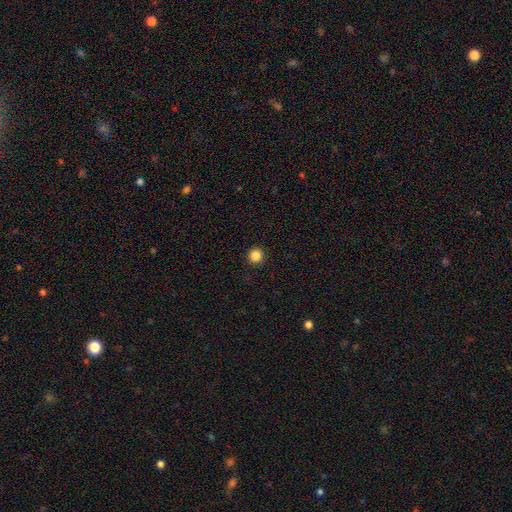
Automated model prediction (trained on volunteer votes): This is clearly a smooth galaxy (85%). How rounded: clearly round (94%). Merging: clearly none (93%).